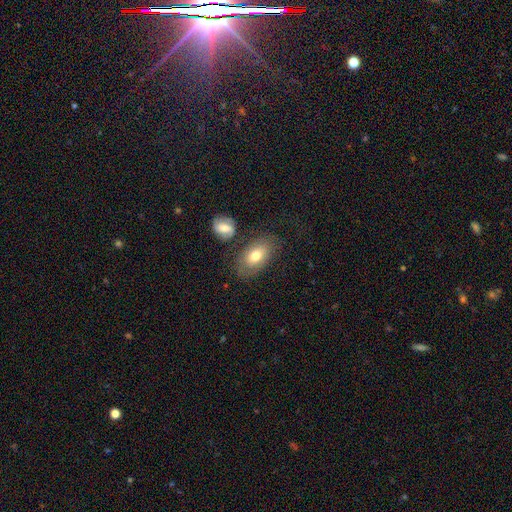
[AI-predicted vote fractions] smooth 72%, featured or disk 21%, star or artifact 7%. Down the decision tree: how rounded — in between (91%); merging — none (72%).